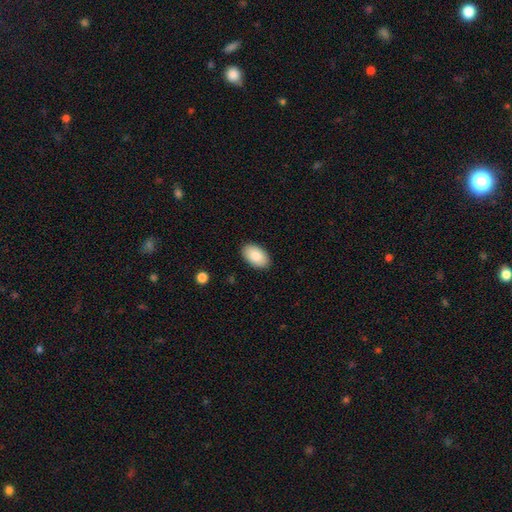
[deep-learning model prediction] The model was most divided on "merging": none: 89%, minor disturbance: 8%, major disturbance: 2%, merger: 1%. More confident: how rounded — in between (95%); smooth or featured — smooth (88%).